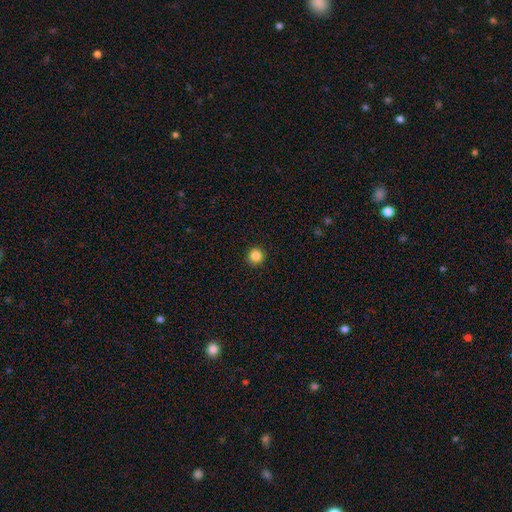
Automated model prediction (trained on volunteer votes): Smooth or featured: smooth — 86% (star or artifact — 11%)
How rounded: round — 95% (in between — 4%)
Merging: none — 93% (minor disturbance — 5%)